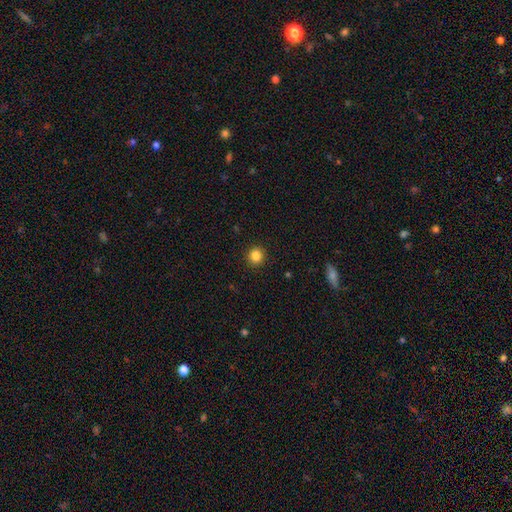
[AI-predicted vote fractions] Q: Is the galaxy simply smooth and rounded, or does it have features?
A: smooth — 84%.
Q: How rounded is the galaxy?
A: round — 92%.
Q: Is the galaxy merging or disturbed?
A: none — 92%.